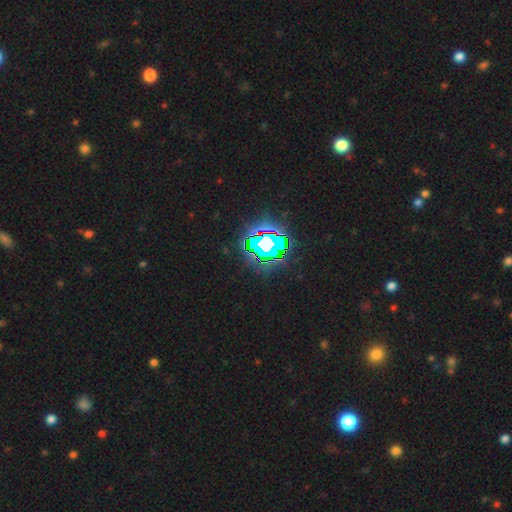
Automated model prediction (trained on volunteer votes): Overall: star or artifact (84%).